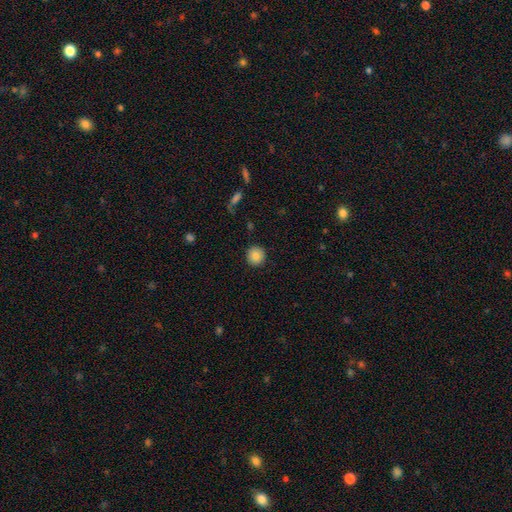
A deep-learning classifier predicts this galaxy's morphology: type=smooth (83%); roundness=round (93%); merging=none (90%).